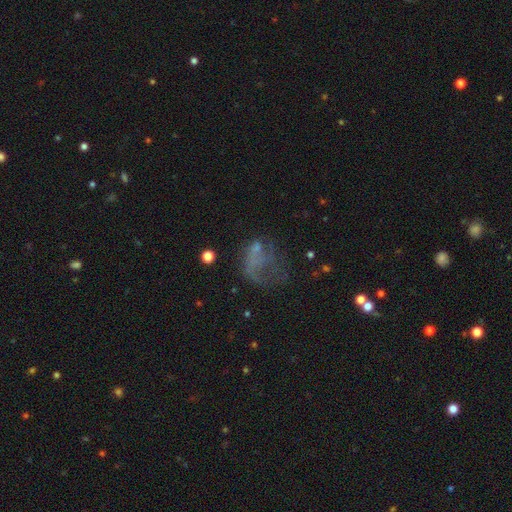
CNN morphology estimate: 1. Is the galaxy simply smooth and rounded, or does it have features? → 44% featured or disk, 35% smooth, 21% star or artifact.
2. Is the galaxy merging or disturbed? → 50% major disturbance, 28% none, 16% minor disturbance, 6% merger.